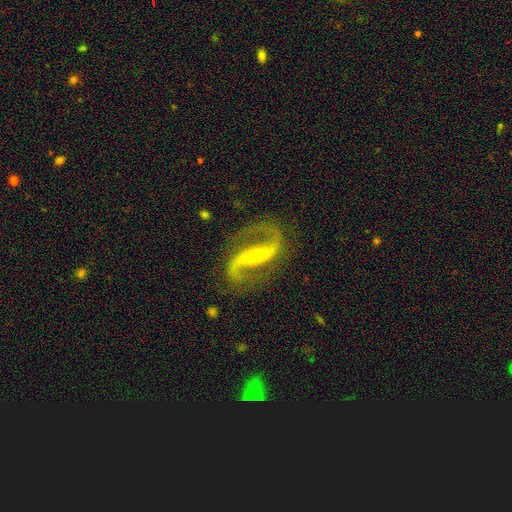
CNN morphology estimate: Q: Smooth or featured?
A: featured or disk (93%); runner-up: star or artifact (4%)
Q: Edge-on disk?
A: no (97%); runner-up: yes (3%)
Q: Bar?
A: strong (52%); runner-up: weak (26%)
Q: Spiral arms?
A: yes (98%); runner-up: no (2%)
Q: Spiral winding?
A: loose (51%); runner-up: medium (40%)
Q: Spiral arm count?
A: 2 (94%); runner-up: 1 (2%)
Q: Bulge size?
A: small (69%); runner-up: moderate (27%)
Q: Merging?
A: none (82%); runner-up: minor disturbance (11%)